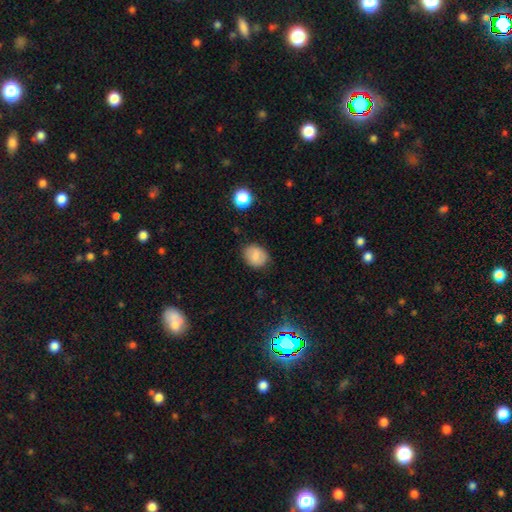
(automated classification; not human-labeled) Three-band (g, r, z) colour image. It shows a smooth galaxy with no disk features (77%) that is round (55%). Merging: none (83%).